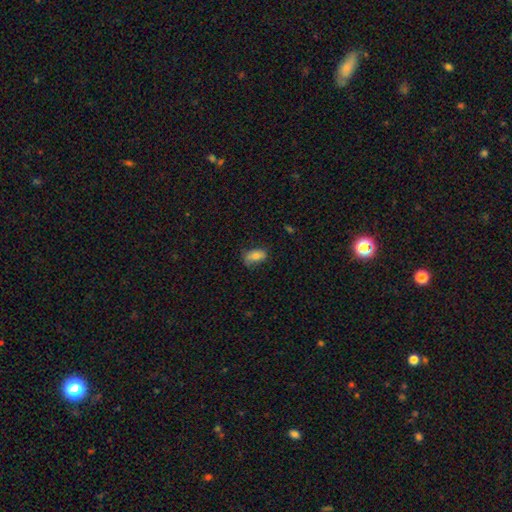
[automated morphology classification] Overall: smooth (76%). How rounded: in between (91%). Merging: none (60%; minor disturbance 29%).